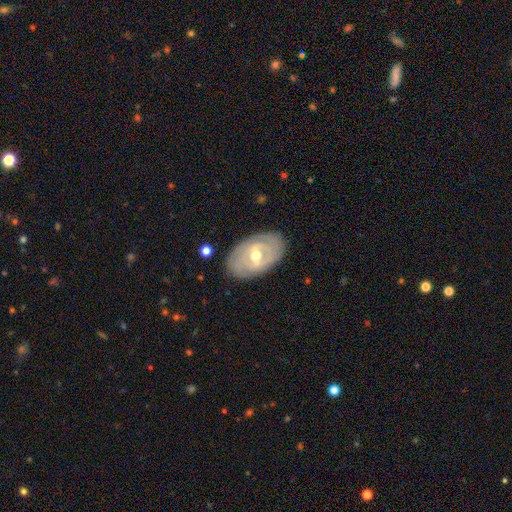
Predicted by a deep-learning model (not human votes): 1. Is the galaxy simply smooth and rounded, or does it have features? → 72% featured or disk, 22% smooth, 6% star or artifact.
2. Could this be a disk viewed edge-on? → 93% no, 7% yes.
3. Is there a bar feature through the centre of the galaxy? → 51% weak, 26% strong, 24% no.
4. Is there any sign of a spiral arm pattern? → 62% yes, 38% no.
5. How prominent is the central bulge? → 66% moderate, 29% small, 3% large, 1% none, 1% dominant.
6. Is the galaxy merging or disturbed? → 81% none, 14% minor disturbance, 4% major disturbance, 1% merger.